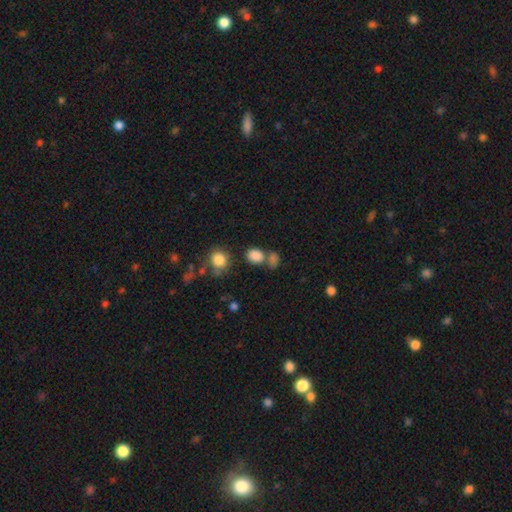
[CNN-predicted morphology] This appears to be a smooth galaxy with no disk features (83%) that is round (51%). Merging: none (54%).